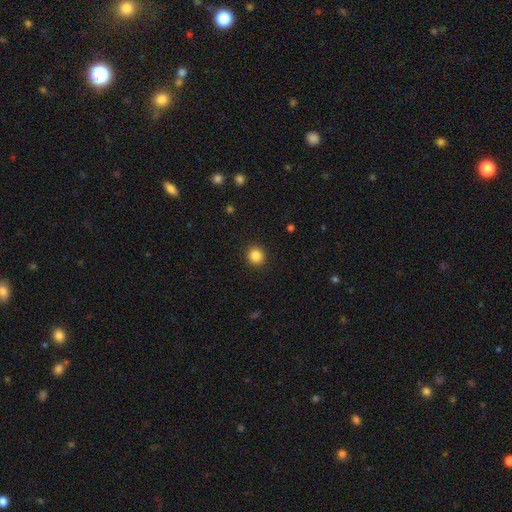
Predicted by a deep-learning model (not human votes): This is clearly a smooth galaxy (85%). How rounded: clearly round (90%). Merging: clearly none (92%).